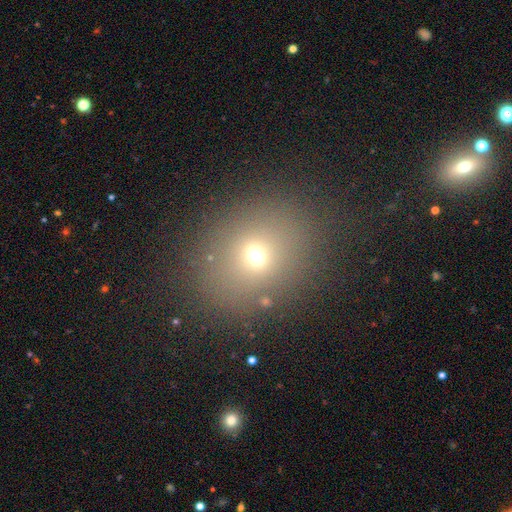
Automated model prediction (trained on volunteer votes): Morphology: type=smooth (63%); roundness=round (64%); merging=none (79%).